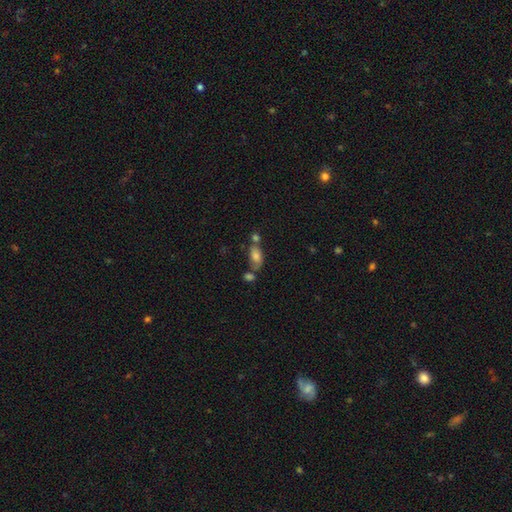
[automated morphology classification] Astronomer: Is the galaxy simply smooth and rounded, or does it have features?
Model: smooth — 73%.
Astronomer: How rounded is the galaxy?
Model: in between — 88%.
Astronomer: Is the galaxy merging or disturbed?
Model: none — 45% (runner-up: merger, 32%).